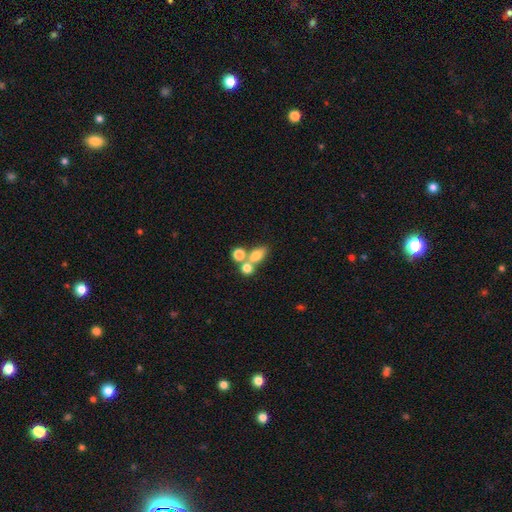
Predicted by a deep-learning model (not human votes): This appears to be a smooth galaxy with no disk features (71%) that is in between round and cigar-shaped (64%). Merging: merger (46%).